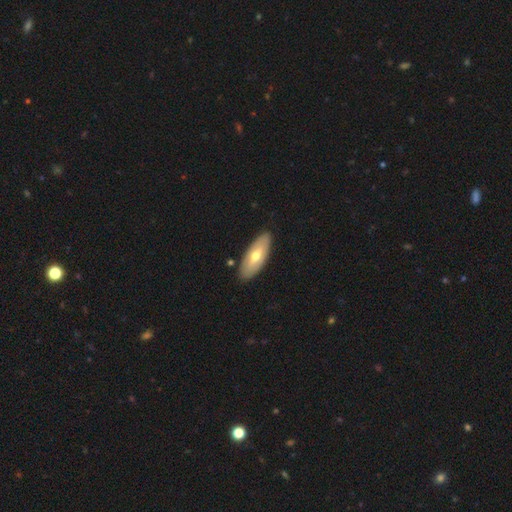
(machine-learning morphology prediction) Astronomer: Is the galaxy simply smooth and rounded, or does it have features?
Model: smooth — 50% (runner-up: featured or disk, 45%).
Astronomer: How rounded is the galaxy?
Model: in between — 79%.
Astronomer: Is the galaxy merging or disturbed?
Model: none — 87%.